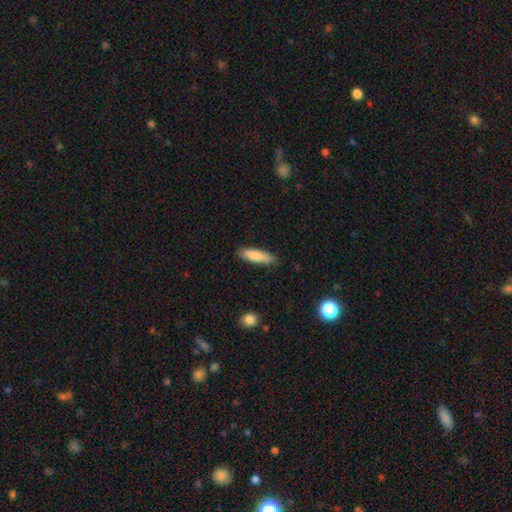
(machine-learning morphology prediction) Smooth or featured? smooth (83%)
How rounded? cigar-shaped (64%)
Merging? none (81%)